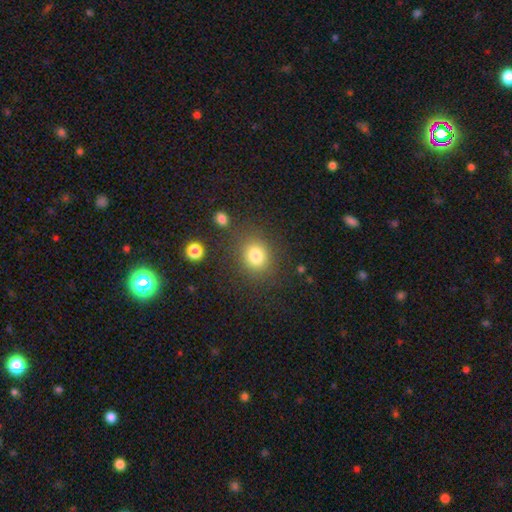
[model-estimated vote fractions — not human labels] smooth 81%, star or artifact 12%, featured or disk 7%. Down the decision tree: how rounded — round (73%); merging — none (81%).